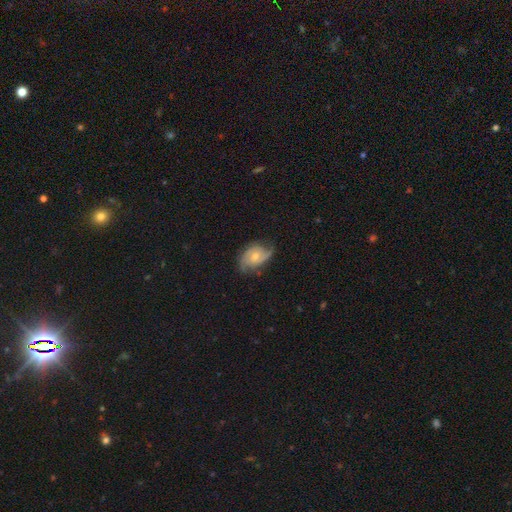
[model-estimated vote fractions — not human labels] Q: Smooth or featured?
A: featured or disk (70%); runner-up: smooth (22%)
Q: Edge-on disk?
A: no (96%); runner-up: yes (4%)
Q: Bar?
A: no (72%); runner-up: weak (24%)
Q: Spiral arms?
A: yes (91%); runner-up: no (9%)
Q: Spiral winding?
A: medium (42%); runner-up: tight (31%)
Q: Spiral arm count?
A: 2 (63%); runner-up: can't tell (16%)
Q: Bulge size?
A: small (50%); runner-up: moderate (44%)
Q: Merging?
A: none (64%); runner-up: minor disturbance (25%)